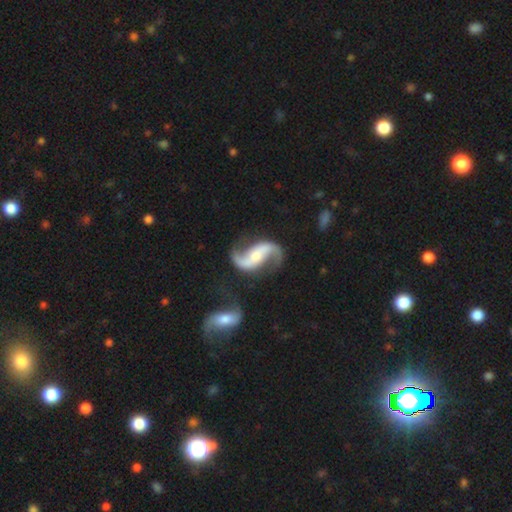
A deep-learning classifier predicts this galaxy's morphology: smooth-or-featured: featured or disk: 92% | smooth: 4% | star or artifact: 4%
  disk-edge-on: no: 98% | yes: 2%
    bar: no: 35% | weak: 33% | strong: 31%
    has-spiral-arms: yes: 98% | no: 2%
      spiral-winding: loose: 69% | medium: 26% | tight: 5%
      spiral-arm-count: 2: 94% | 1: 2% | can't tell: 1% | 3: 1% | 4: 1% | more than 4: 1%
    bulge-size: moderate: 46% | small: 41% | large: 7% | none: 5% | dominant: 2%
  merging: none: 73% | minor disturbance: 13% | major disturbance: 7% | merger: 7%